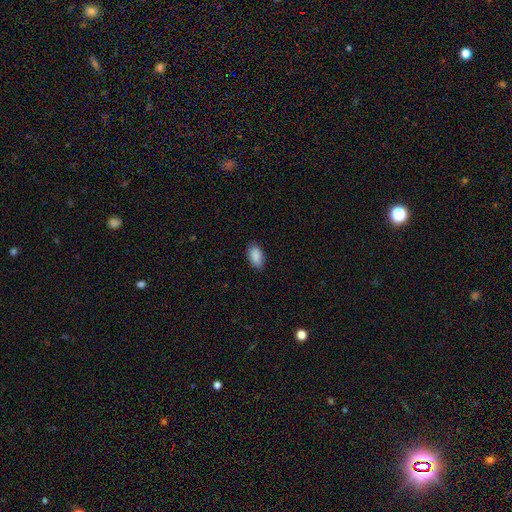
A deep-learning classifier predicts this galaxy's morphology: This appears to be a smooth galaxy with no disk features (90%) that is in between round and cigar-shaped (94%). Merging: none (84%).